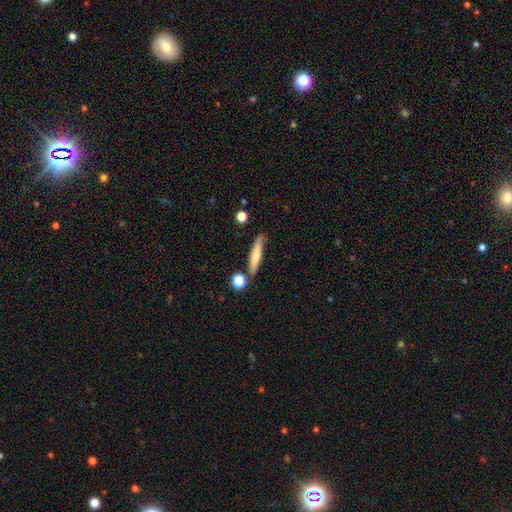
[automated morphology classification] Smooth or featured?
  - smooth: 65% *
  - featured or disk: 29%
  - star or artifact: 7%
How rounded?
  - cigar-shaped: 87% *
  - in between: 11%
  - round: 2%
Merging?
  - none: 70% *
  - minor disturbance: 18%
  - merger: 7%
  - major disturbance: 5%